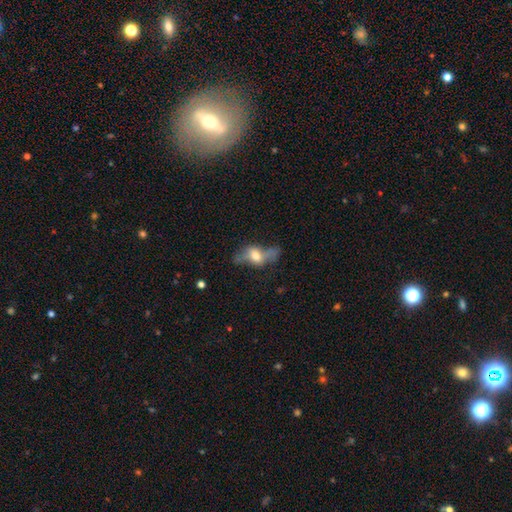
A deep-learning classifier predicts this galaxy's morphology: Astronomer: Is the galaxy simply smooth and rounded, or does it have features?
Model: featured or disk — 49% (runner-up: smooth, 42%).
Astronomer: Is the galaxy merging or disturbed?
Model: none — 43% (runner-up: major disturbance, 25%).